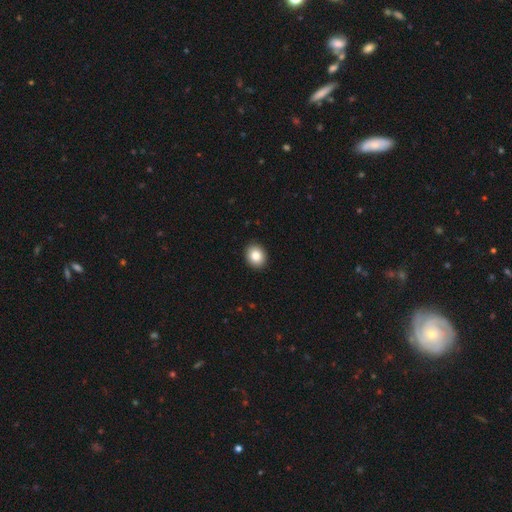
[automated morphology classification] Q: Smooth or featured?
A: smooth (84%); runner-up: star or artifact (9%)
Q: How rounded?
A: round (64%); runner-up: in between (35%)
Q: Merging?
A: none (92%); runner-up: minor disturbance (6%)